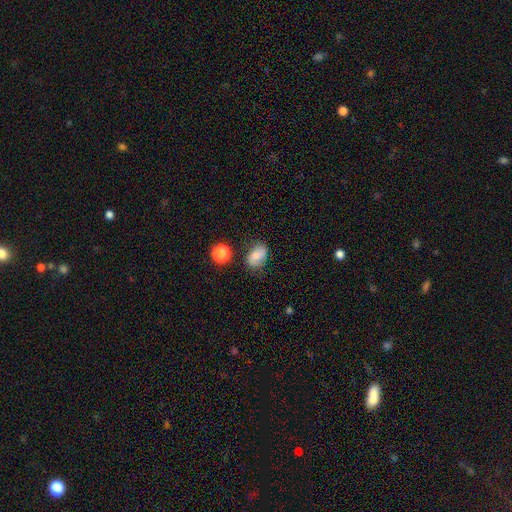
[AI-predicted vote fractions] Morphology: type=smooth (72%); roundness=in between (79%); merging=none (69%).